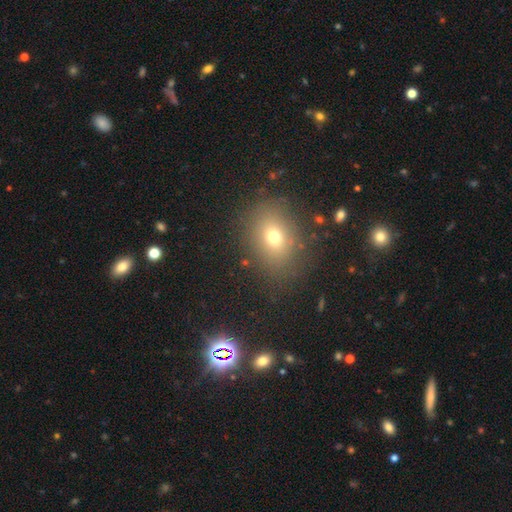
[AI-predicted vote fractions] smooth 56%, star or artifact 33%, featured or disk 11%. Down the decision tree: how rounded — in between (51%); merging — none (87%).